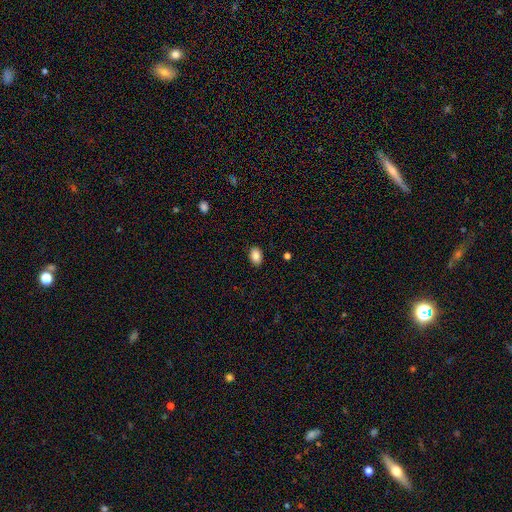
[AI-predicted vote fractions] smooth 85%, star or artifact 8%, featured or disk 6%. Down the decision tree: how rounded — in between (82%); merging — none (89%).